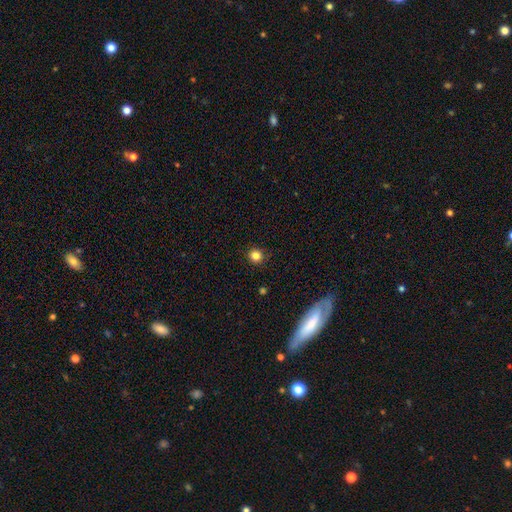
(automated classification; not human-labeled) Morphology: type=smooth (83%); roundness=round (92%); merging=none (90%).